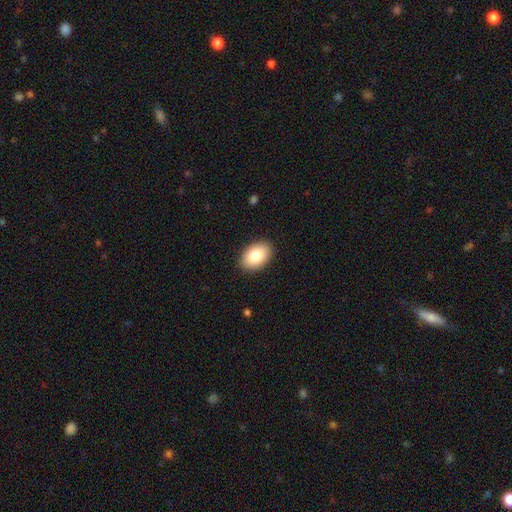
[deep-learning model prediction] smooth 84%, featured or disk 9%, star or artifact 7%. Down the decision tree: how rounded — in between (89%); merging — none (89%).